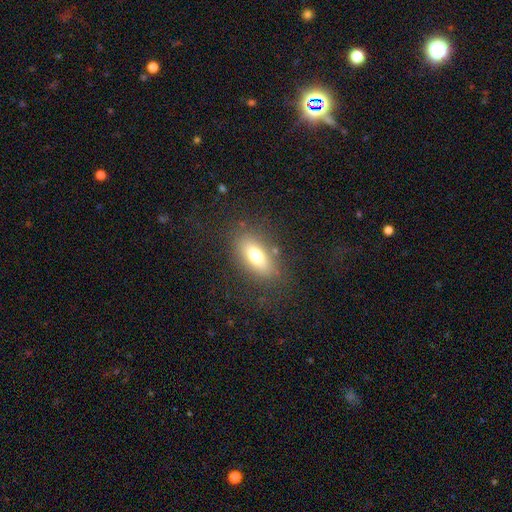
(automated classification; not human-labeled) Q: Smooth or featured?
A: smooth (72%); runner-up: featured or disk (18%)
Q: How rounded?
A: in between (84%); runner-up: cigar-shaped (10%)
Q: Merging?
A: none (81%); runner-up: minor disturbance (12%)